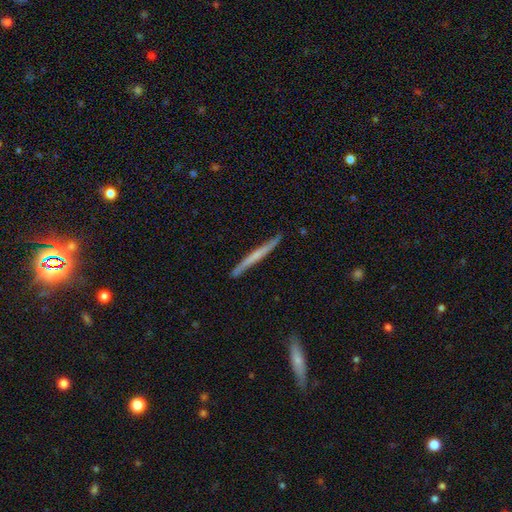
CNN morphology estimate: A featured or disk galaxy (51%) viewed edge-on (96%). Merging: none (87%).